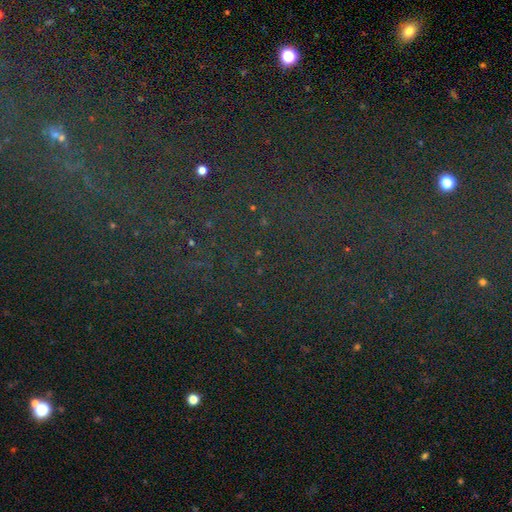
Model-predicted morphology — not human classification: This appears to be a star or artifact, not a galaxy (80%).